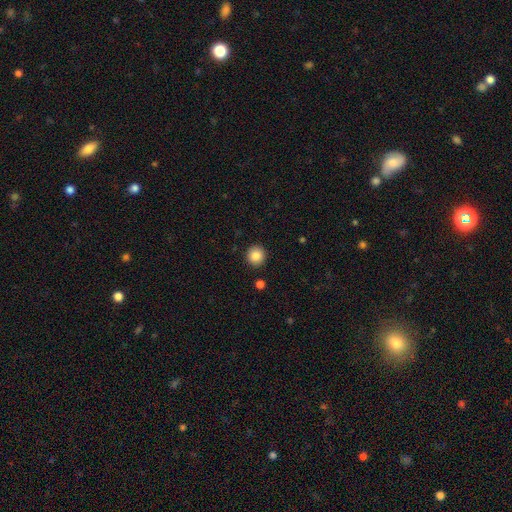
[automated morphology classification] A smooth galaxy with no disk features (86%) that is round (91%).

Vote fractions:
- Smooth or featured? smooth: 86% / star or artifact: 9% / featured or disk: 4%
- How rounded? round: 91% / in between: 8% / cigar-shaped: 1%
- Merging? none: 91% / minor disturbance: 5% / major disturbance: 2% / merger: 2%